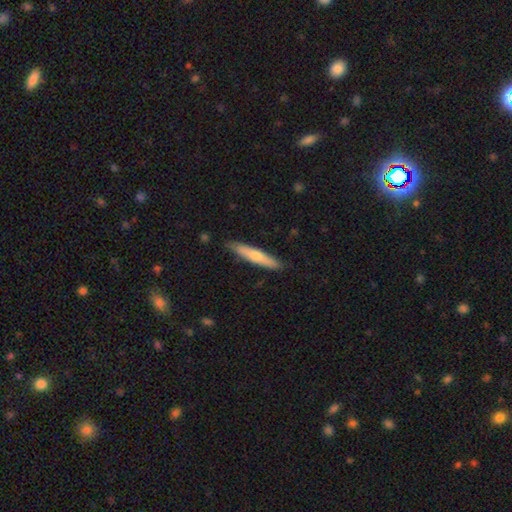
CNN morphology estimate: Overall: smooth (56%; featured or disk 38%). How rounded: cigar-shaped (91%). Merging: none (87%).